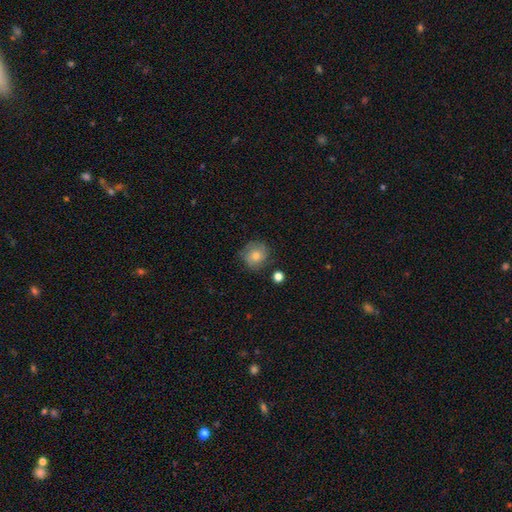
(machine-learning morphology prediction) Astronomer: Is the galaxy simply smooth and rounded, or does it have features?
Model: smooth — 65%.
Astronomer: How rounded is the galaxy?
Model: round — 88%.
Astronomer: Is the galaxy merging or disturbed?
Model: none — 78%.